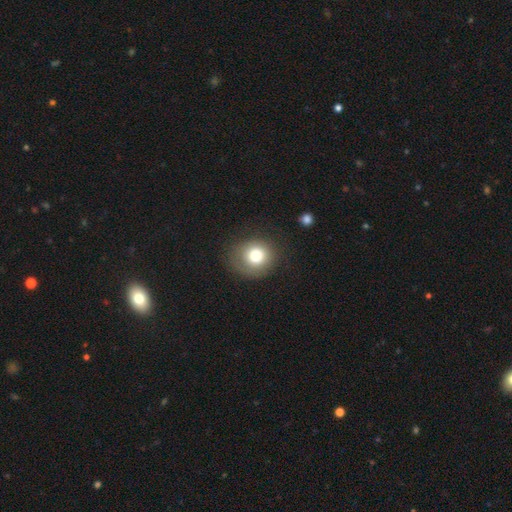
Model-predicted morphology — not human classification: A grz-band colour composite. It shows a smooth galaxy with no disk features (77%) that is round (82%). Merging: none (73%).